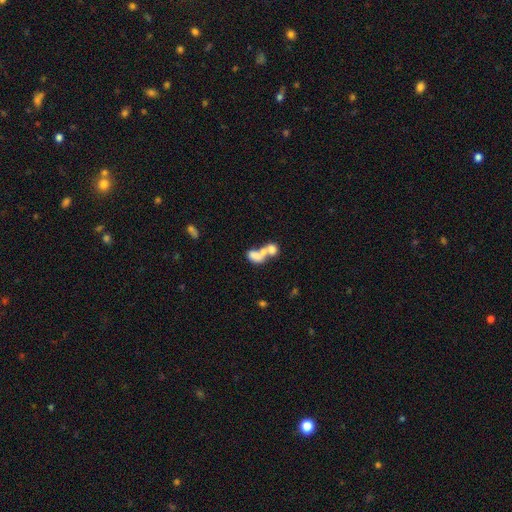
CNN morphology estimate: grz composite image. It shows a smooth galaxy with no disk features (66%) that is in between round and cigar-shaped (76%). Merging: merger (70%).